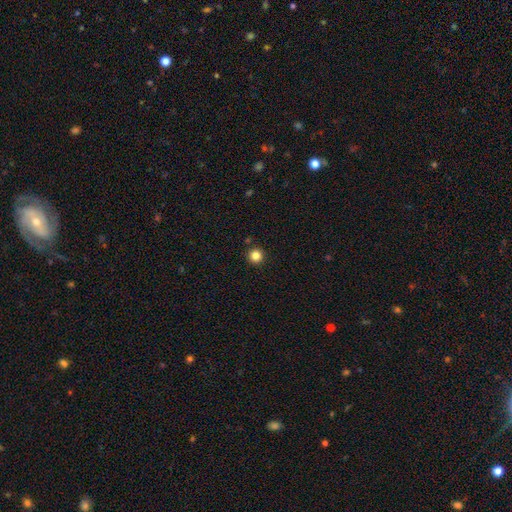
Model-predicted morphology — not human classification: type=smooth (83%); roundness=round (96%); merging=none (92%).